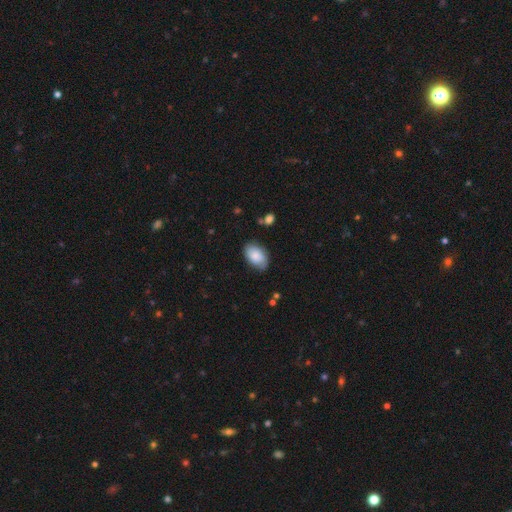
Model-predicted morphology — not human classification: Smooth or featured: smooth — 81% (featured or disk — 13%)
How rounded: in between — 92% (round — 7%)
Merging: none — 75% (minor disturbance — 19%)